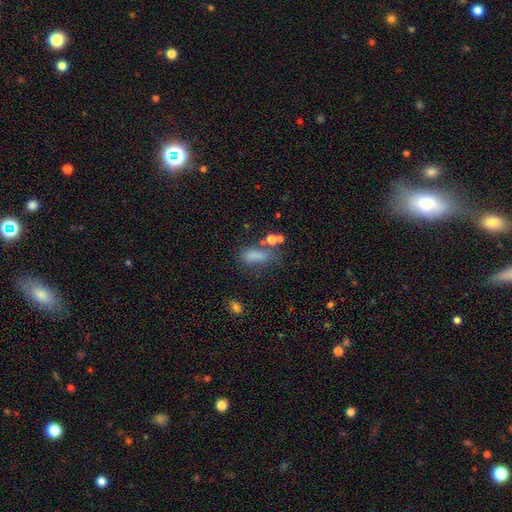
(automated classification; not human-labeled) This appears to be a smooth galaxy with no disk features (71%) that is in between round and cigar-shaped (66%). Merging: none (40%).